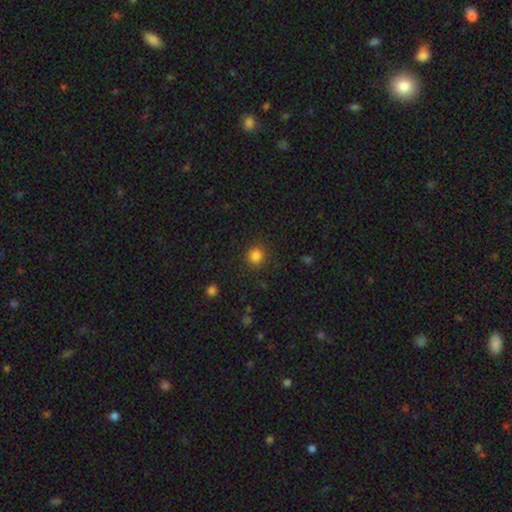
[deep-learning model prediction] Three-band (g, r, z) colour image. It shows a smooth galaxy with no disk features (84%) that is round (90%). Merging: none (88%).